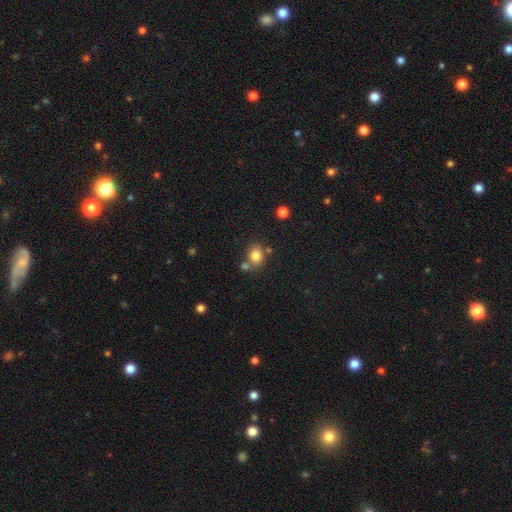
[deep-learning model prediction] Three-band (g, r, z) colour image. It shows a smooth galaxy with no disk features (80%) that is round (67%). Merging: none (61%).